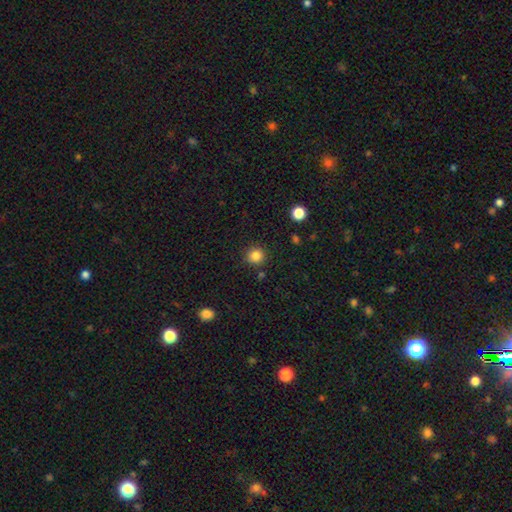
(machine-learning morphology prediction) smooth_or_featured: smooth (p=0.84) [alt: star or artifact p=0.12]
how_rounded: round (p=0.93) [alt: in between p=0.06]
merging: none (p=0.88) [alt: minor disturbance p=0.07]